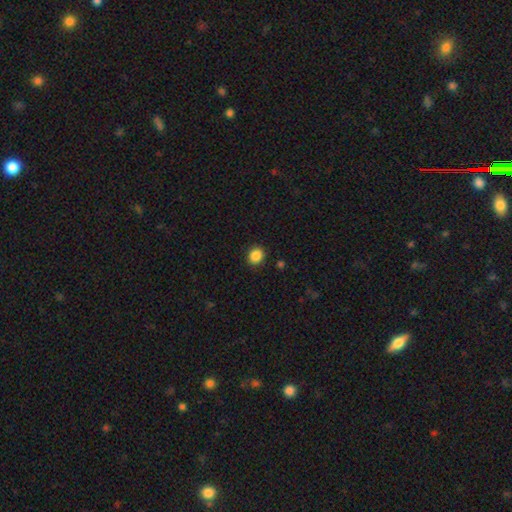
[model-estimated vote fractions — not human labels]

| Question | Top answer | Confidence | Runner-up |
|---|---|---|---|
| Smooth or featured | smooth | 86% | star or artifact (10%) |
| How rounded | round | 79% | in between (20%) |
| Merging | none | 90% | minor disturbance (7%) |